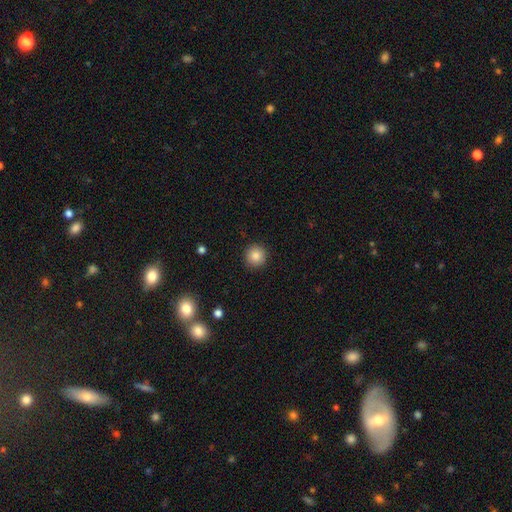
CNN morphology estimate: Overall: smooth (86%). How rounded: round (95%). Merging: none (92%).